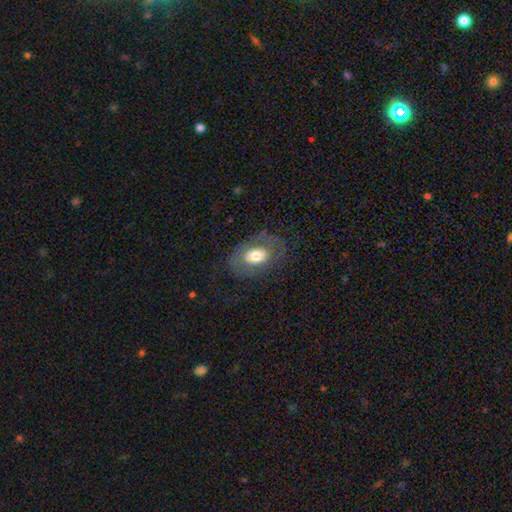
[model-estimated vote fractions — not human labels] smooth-or-featured: smooth: 52% | featured or disk: 41% | star or artifact: 8%
  how-rounded: in between: 85% | round: 14% | cigar-shaped: 1%
  merging: none: 68% | minor disturbance: 17% | major disturbance: 13% | merger: 1%